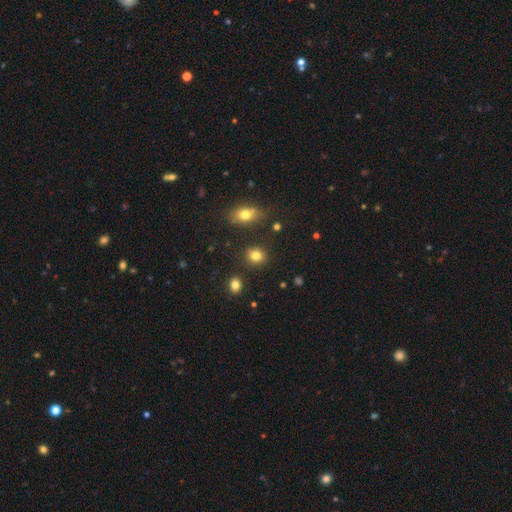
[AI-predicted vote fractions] This appears to be a smooth galaxy with no disk features (82%) that is round (72%). Merging: none (85%).